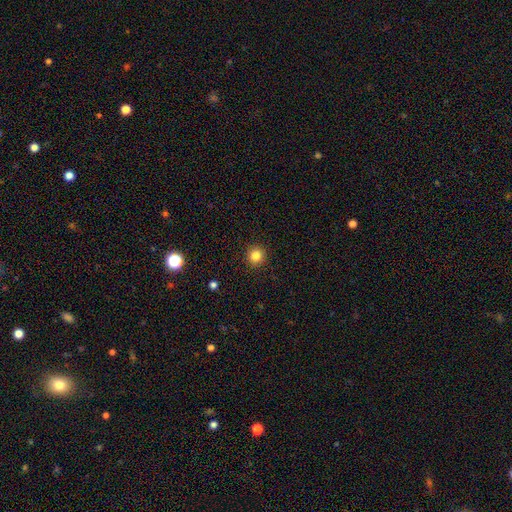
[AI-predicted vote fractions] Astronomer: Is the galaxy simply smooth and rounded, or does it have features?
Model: smooth — 83%.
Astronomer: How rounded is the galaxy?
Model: round — 93%.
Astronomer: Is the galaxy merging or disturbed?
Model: none — 92%.